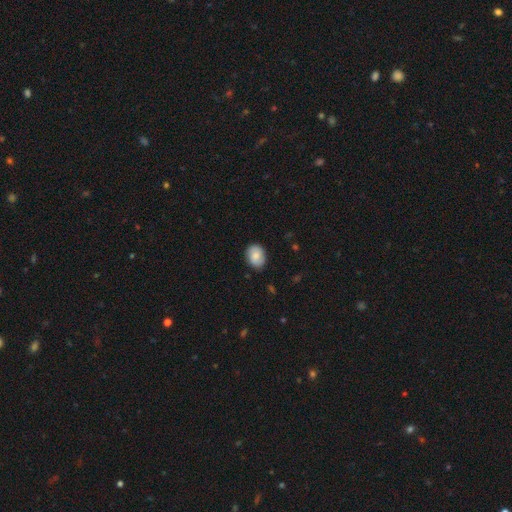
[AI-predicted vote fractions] Overall: smooth (82%). How rounded: in between (67%; round 32%). Merging: none (84%).